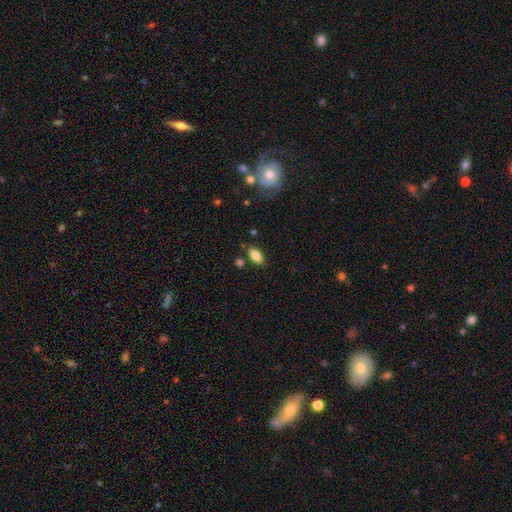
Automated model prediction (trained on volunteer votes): Smooth or featured?
  - smooth: 82% *
  - featured or disk: 10%
  - star or artifact: 8%
How rounded?
  - in between: 90% *
  - cigar-shaped: 6%
  - round: 4%
Merging?
  - none: 79% *
  - minor disturbance: 13%
  - merger: 5%
  - major disturbance: 3%